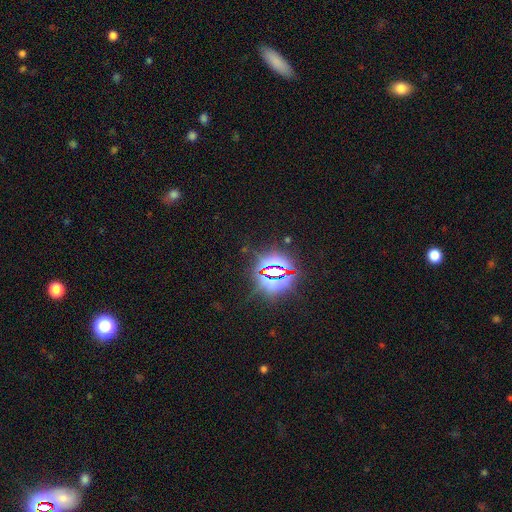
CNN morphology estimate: type=star or artifact (82%).